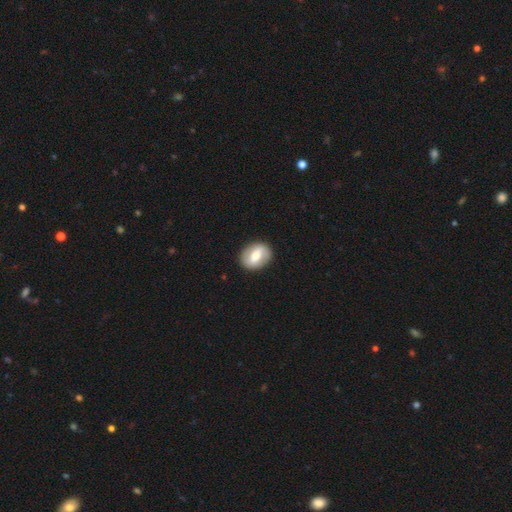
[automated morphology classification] The model was most divided on "smooth or featured": smooth: 50%, featured or disk: 44%, star or artifact: 6%. More confident: merging — none (87%); how rounded — in between (62%).